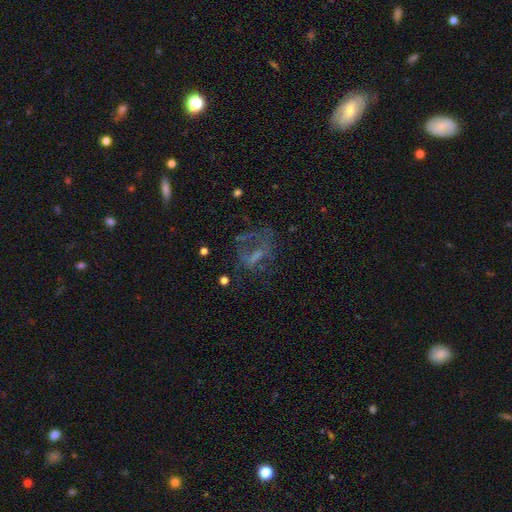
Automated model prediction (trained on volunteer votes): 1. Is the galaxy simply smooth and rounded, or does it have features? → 49% featured or disk, 28% star or artifact, 23% smooth.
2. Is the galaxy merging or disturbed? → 44% none, 35% major disturbance, 17% minor disturbance, 4% merger.